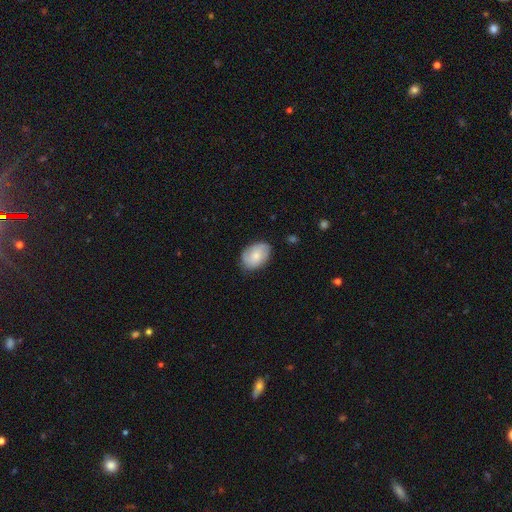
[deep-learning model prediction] Smooth or featured? smooth (67%)
How rounded? in between (82%)
Merging? none (74%)